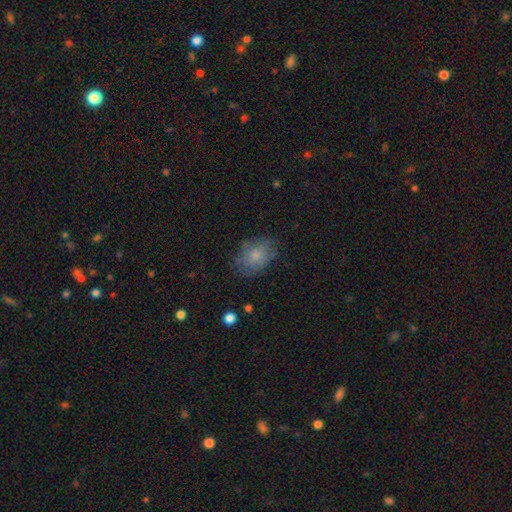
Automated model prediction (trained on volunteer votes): Smooth or featured? smooth (65%)
How rounded? in between (76%)
Merging? none (62%)